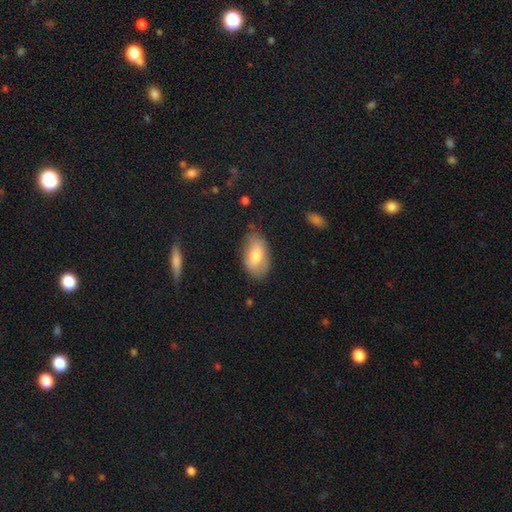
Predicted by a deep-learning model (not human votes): A smooth galaxy with no disk features (72%) that is in between round and cigar-shaped (92%).

Vote fractions:
- Smooth or featured? smooth: 72% / featured or disk: 21% / star or artifact: 7%
- How rounded? in between: 92% / round: 6% / cigar-shaped: 2%
- Merging? none: 72% / minor disturbance: 22% / major disturbance: 5% / merger: 2%